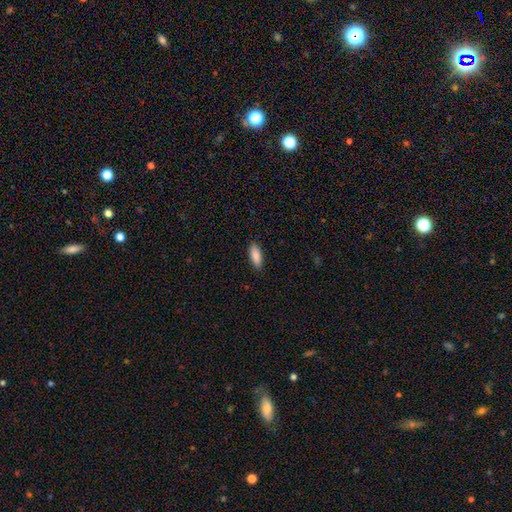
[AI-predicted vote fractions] smooth_or_featured: smooth (p=0.87) [alt: featured or disk p=0.07]
how_rounded: in between (p=0.73) [alt: cigar-shaped p=0.26]
merging: none (p=0.89) [alt: minor disturbance p=0.08]